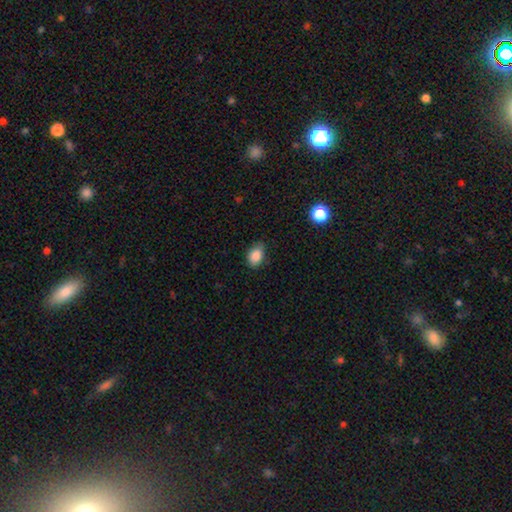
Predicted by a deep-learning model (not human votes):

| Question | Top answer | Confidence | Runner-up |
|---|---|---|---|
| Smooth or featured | smooth | 87% | star or artifact (9%) |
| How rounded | in between | 80% | round (19%) |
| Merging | none | 71% | minor disturbance (24%) |